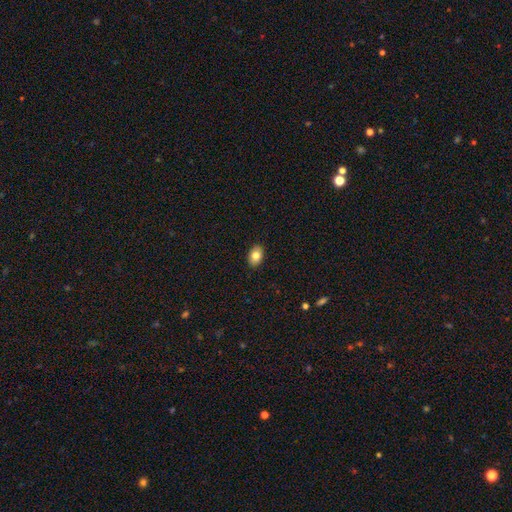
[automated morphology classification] Smooth or featured? Predicted: smooth (p=0.81). How rounded? Predicted: in between (p=0.85). Merging? Predicted: none (p=0.90).